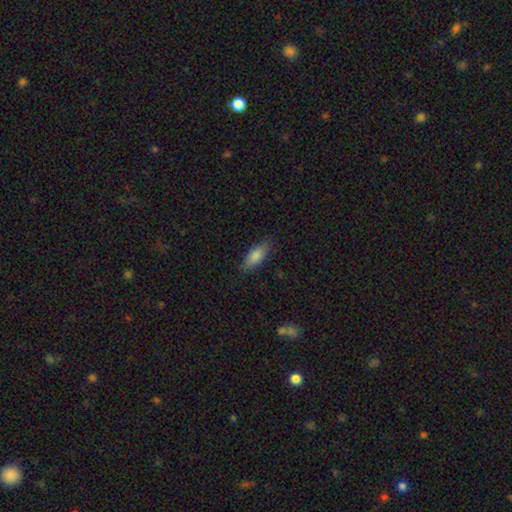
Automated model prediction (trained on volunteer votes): Smooth or featured: smooth — 85% (featured or disk — 9%)
How rounded: in between — 77% (cigar-shaped — 21%)
Merging: none — 82% (minor disturbance — 14%)